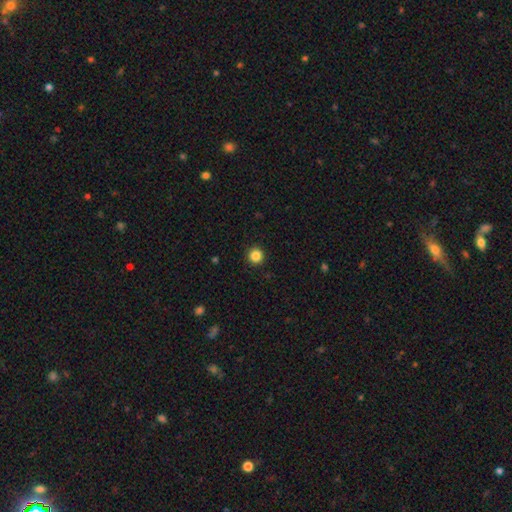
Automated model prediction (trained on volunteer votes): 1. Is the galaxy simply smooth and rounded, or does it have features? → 86% smooth, 11% star or artifact, 3% featured or disk.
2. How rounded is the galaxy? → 96% round, 3% in between, 1% cigar-shaped.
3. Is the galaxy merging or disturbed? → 93% none, 4% minor disturbance, 2% major disturbance, 1% merger.